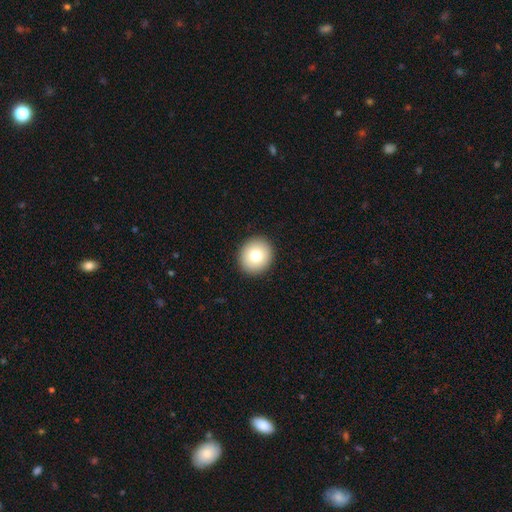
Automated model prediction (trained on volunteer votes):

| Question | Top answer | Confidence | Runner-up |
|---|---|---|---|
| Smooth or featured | smooth | 77% | featured or disk (13%) |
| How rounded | round | 86% | in between (13%) |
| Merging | none | 93% | minor disturbance (5%) |